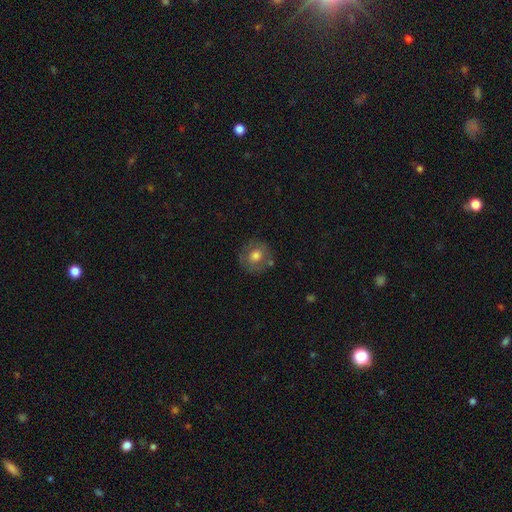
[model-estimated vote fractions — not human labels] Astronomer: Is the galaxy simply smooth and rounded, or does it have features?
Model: smooth — 64%.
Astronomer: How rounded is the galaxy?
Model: round — 85%.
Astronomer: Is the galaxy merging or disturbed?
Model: none — 77%.